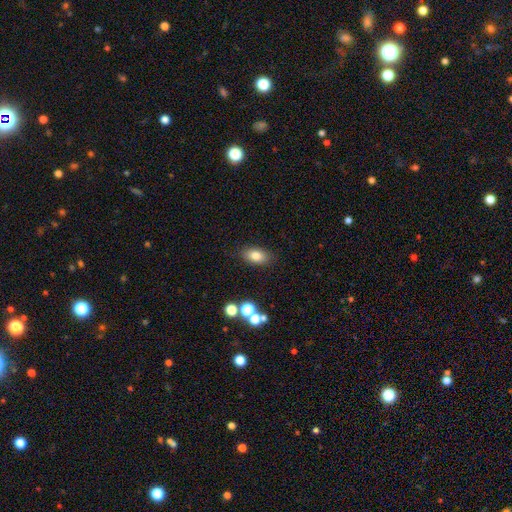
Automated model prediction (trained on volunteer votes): Overall: smooth (80%). How rounded: in between (89%). Merging: none (85%).